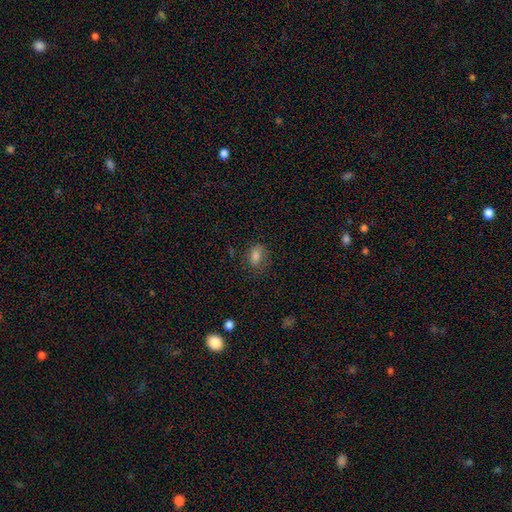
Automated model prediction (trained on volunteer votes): This is likely a smooth galaxy (79%). How rounded: likely in between (74%). Merging: likely none (71%).